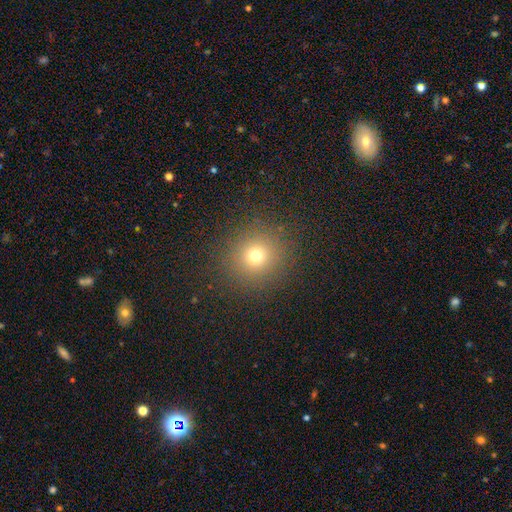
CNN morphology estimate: smooth-or-featured: smooth: 70% | star or artifact: 21% | featured or disk: 9%
  how-rounded: round: 91% | in between: 8% | cigar-shaped: 1%
  merging: none: 88% | minor disturbance: 7% | major disturbance: 4% | merger: 1%